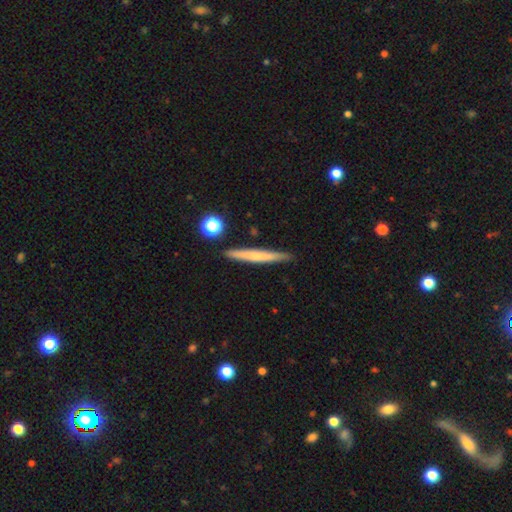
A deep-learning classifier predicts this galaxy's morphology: Smooth or featured: smooth — 58% (featured or disk — 36%)
How rounded: cigar-shaped — 96% (in between — 3%)
Merging: none — 88% (minor disturbance — 8%)